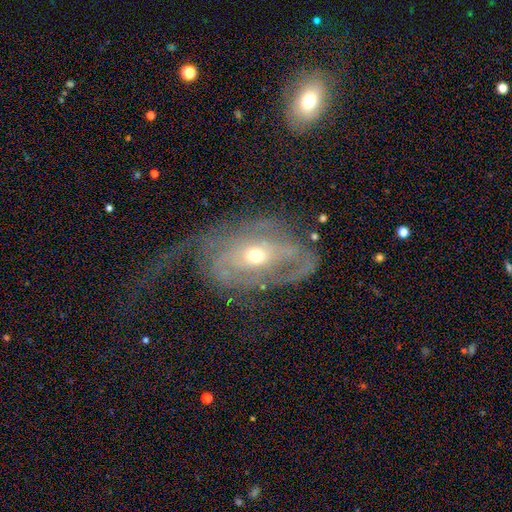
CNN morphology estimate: Smooth or featured?
  - featured or disk: 72% *
  - smooth: 20%
  - star or artifact: 8%
Edge-on disk?
  - no: 93% *
  - yes: 7%
Bar?
  - no: 65% *
  - weak: 24%
  - strong: 11%
Spiral arms?
  - yes: 62% *
  - no: 38%
Bulge size?
  - moderate: 54% *
  - small: 41%
  - large: 3%
  - dominant: 1%
  - none: 1%
Merging?
  - none: 50% *
  - major disturbance: 24%
  - minor disturbance: 22%
  - merger: 3%